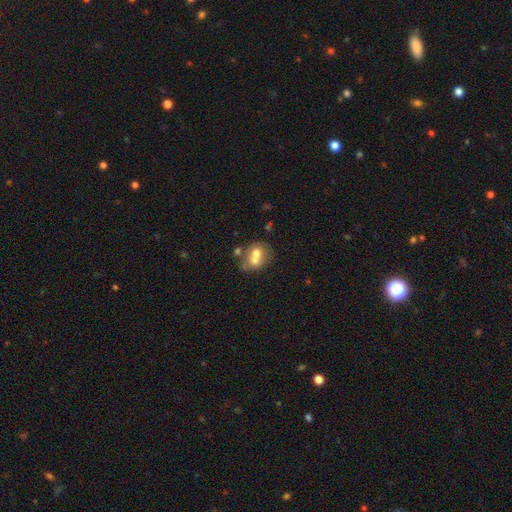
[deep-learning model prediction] Smooth or featured? smooth (59%)
How rounded? in between (50%)
Merging? merger (57%)